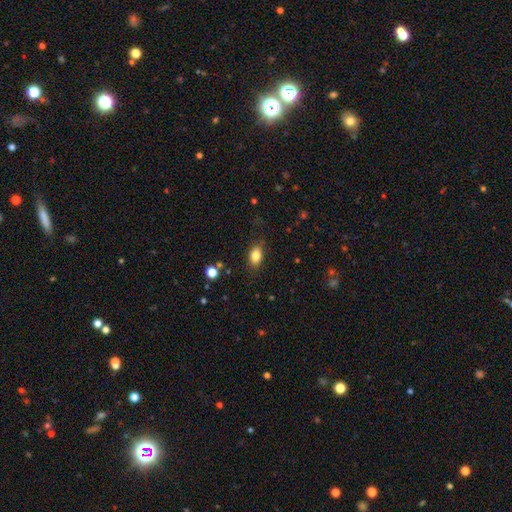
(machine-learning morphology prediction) The model was most divided on "merging": none: 83%, minor disturbance: 12%, major disturbance: 3%, merger: 1%. More confident: how rounded — in between (88%); smooth or featured — smooth (83%).